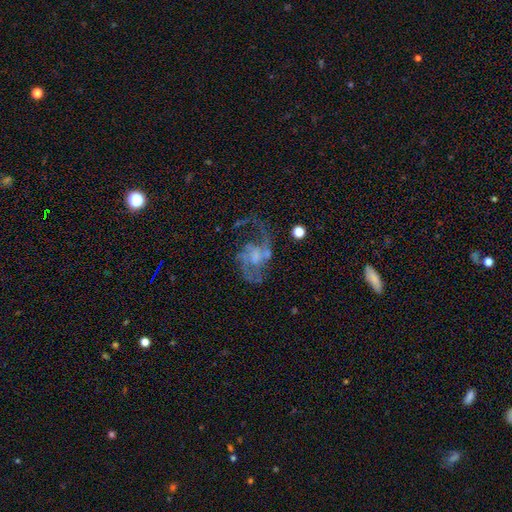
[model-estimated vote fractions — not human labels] Smooth or featured: featured or disk — 79% (star or artifact — 11%)
Edge-on disk: no — 98% (yes — 2%)
Bar: no — 58% (weak — 35%)
Spiral arms: yes — 87% (no — 13%)
Spiral winding: loose — 48% (medium — 40%)
Spiral arm count: 2 — 59% (1 — 17%)
Bulge size: small — 38% (none — 28%)
Merging: none — 43% (major disturbance — 35%)